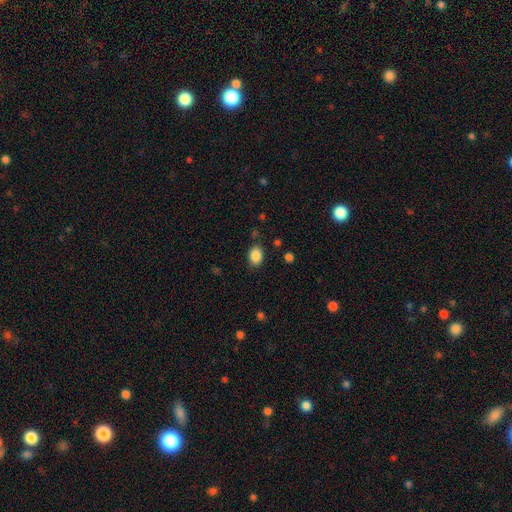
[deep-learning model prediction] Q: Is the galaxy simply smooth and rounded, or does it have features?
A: smooth — 87%.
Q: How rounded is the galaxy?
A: in between — 67%.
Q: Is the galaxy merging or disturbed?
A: none — 83%.